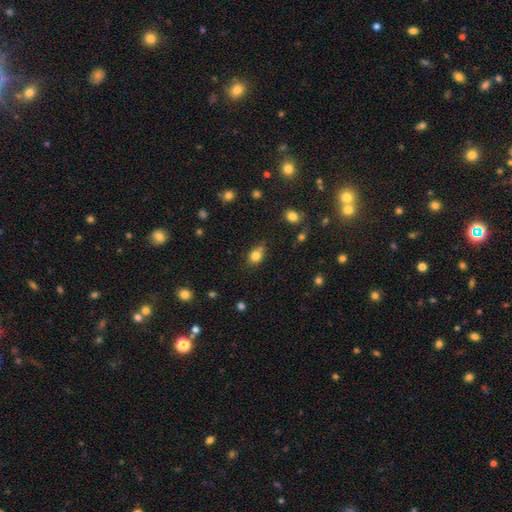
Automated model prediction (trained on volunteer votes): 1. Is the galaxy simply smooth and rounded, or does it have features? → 81% smooth, 11% star or artifact, 8% featured or disk.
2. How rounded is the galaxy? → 54% in between, 44% round, 2% cigar-shaped.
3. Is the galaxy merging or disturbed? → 61% none, 27% minor disturbance, 7% merger, 6% major disturbance.